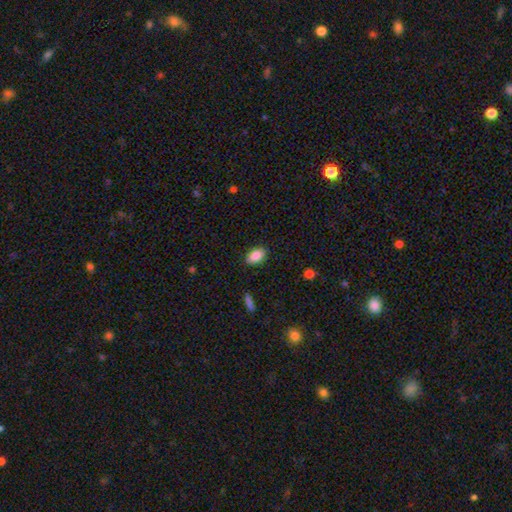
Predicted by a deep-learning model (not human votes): This is clearly a smooth galaxy (87%). How rounded: clearly in between (92%). Merging: clearly none (88%).